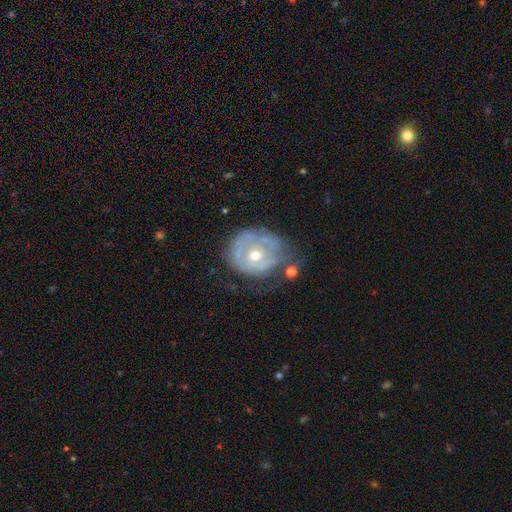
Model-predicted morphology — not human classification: type=featured or disk (64%); edge-on=no (96%); bar=no (77%); spiral arms=yes (51%); bulge=moderate (68%); merging=none (48%).